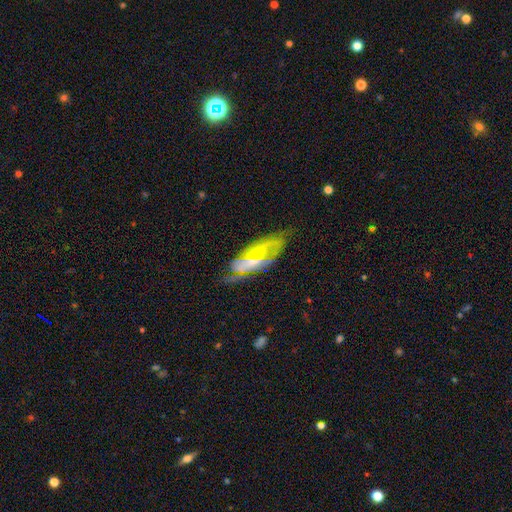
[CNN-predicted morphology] Smooth or featured?
  - featured or disk: 65% *
  - smooth: 25%
  - star or artifact: 10%
Edge-on disk?
  - no: 81% *
  - yes: 19%
Bar?
  - no: 44% *
  - weak: 37%
  - strong: 19%
Spiral arms?
  - yes: 72% *
  - no: 28%
Bulge size?
  - small: 45% *
  - moderate: 36%
  - none: 10%
  - large: 7%
  - dominant: 2%
Merging?
  - none: 56% *
  - minor disturbance: 24%
  - major disturbance: 14%
  - merger: 5%